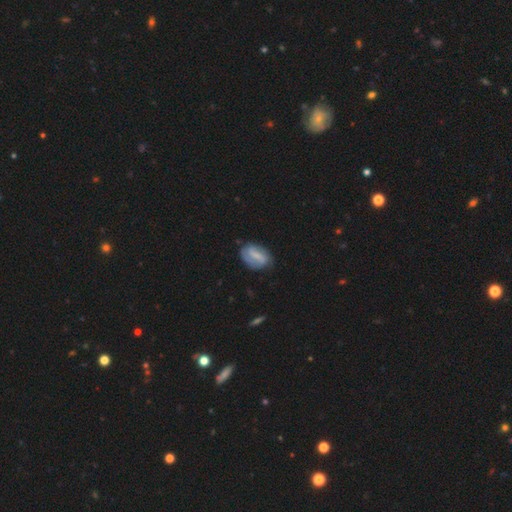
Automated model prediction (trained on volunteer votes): Smooth or featured?
  - featured or disk: 56% *
  - smooth: 37%
  - star or artifact: 7%
Edge-on disk?
  - no: 96% *
  - yes: 4%
Bar?
  - weak: 43% *
  - strong: 38%
  - no: 19%
Spiral arms?
  - yes: 78% *
  - no: 22%
Bulge size?
  - none: 41% *
  - small: 34%
  - moderate: 20%
  - large: 4%
  - dominant: 1%
Merging?
  - none: 66% *
  - minor disturbance: 24%
  - major disturbance: 8%
  - merger: 2%